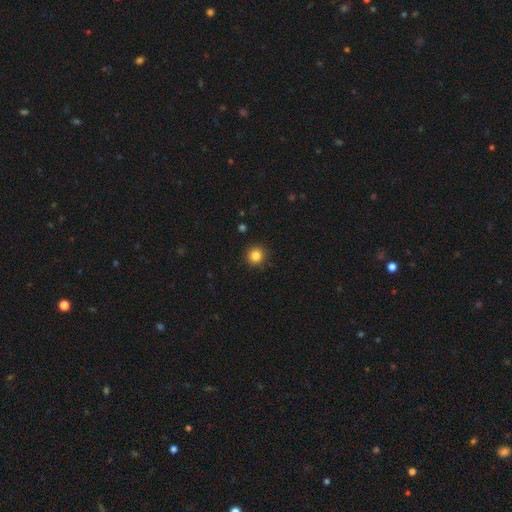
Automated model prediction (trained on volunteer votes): A smooth galaxy with no disk features (84%) that is round (94%).

Vote fractions:
- Smooth or featured? smooth: 84% / star or artifact: 12% / featured or disk: 4%
- How rounded? round: 94% / in between: 5% / cigar-shaped: 1%
- Merging? none: 91% / minor disturbance: 6% / major disturbance: 2% / merger: 1%